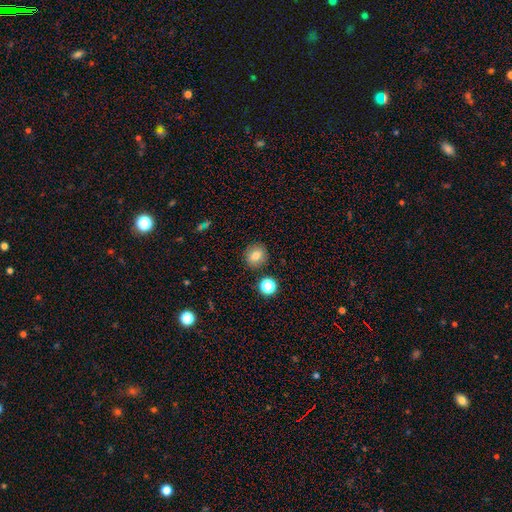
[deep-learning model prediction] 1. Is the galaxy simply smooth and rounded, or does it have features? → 79% smooth, 11% star or artifact, 9% featured or disk.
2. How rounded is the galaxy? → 80% round, 19% in between, 1% cigar-shaped.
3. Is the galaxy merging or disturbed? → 88% none, 7% minor disturbance, 3% merger, 2% major disturbance.